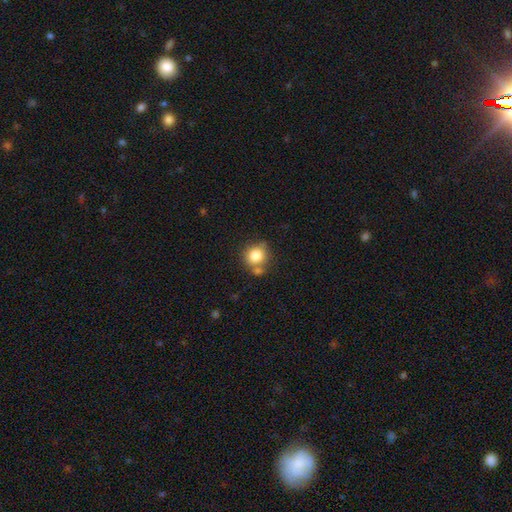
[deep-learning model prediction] Smooth or featured? Predicted: smooth (p=0.82). How rounded? Predicted: round (p=0.86). Merging? Predicted: none (p=0.61).